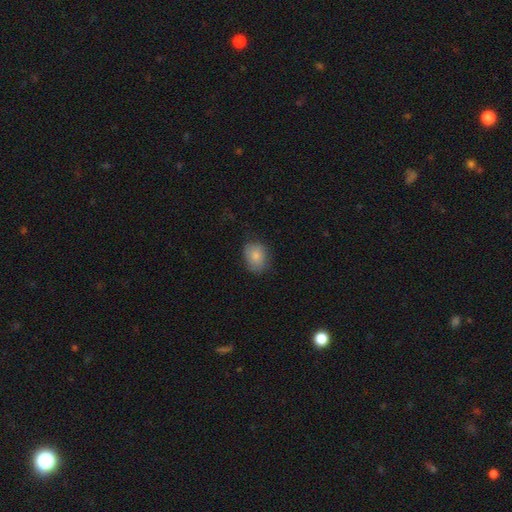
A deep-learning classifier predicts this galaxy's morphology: Overall: smooth (82%). How rounded: in between (53%; round 46%). Merging: none (72%).